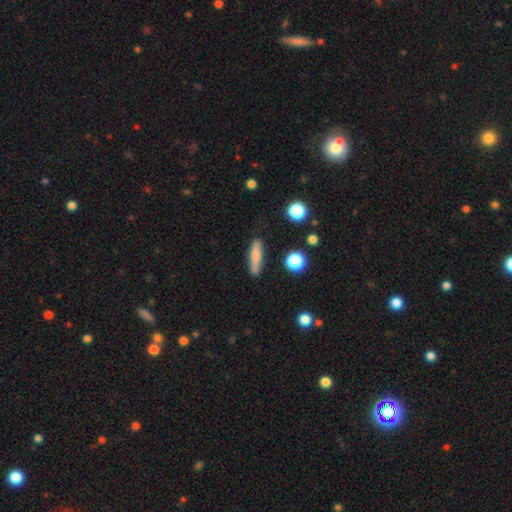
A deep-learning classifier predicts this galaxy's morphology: A smooth galaxy with no disk features (75%) that is cigar-shaped (77%). Merging: none (83%).